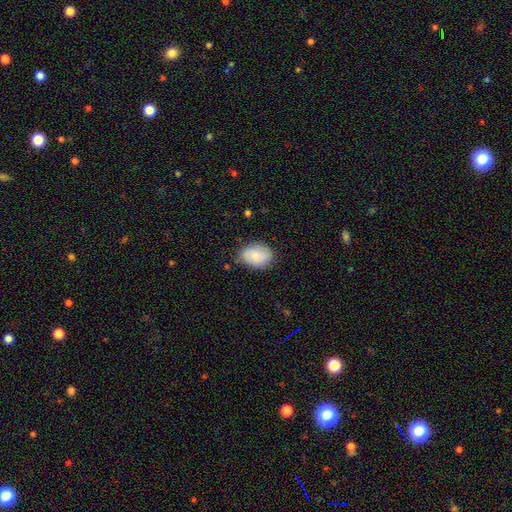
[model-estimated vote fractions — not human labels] smooth-or-featured: smooth: 77% | featured or disk: 17% | star or artifact: 7%
  how-rounded: in between: 77% | round: 22% | cigar-shaped: 1%
  merging: none: 76% | minor disturbance: 19% | major disturbance: 4% | merger: 1%